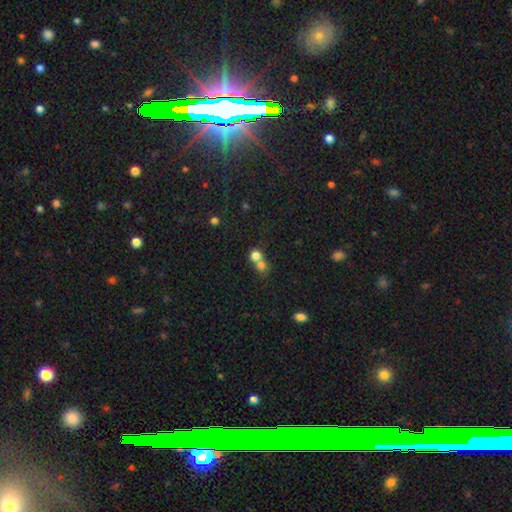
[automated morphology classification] This appears to be a smooth galaxy with no disk features (76%) that is round (83%). Merging: merger (59%).